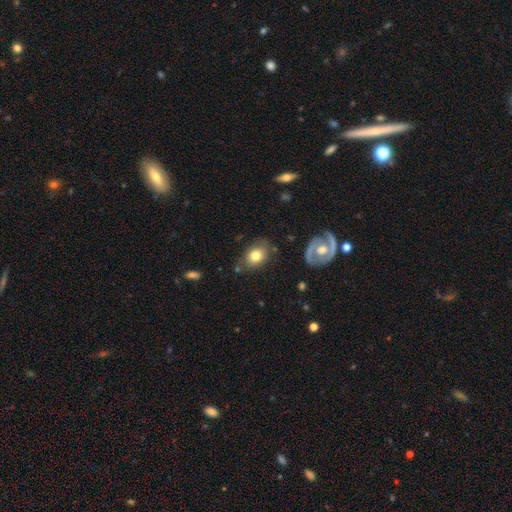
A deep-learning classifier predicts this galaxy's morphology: The model was most divided on "how rounded": in between: 69%, round: 29%, cigar-shaped: 1%. More confident: smooth or featured — smooth (77%); merging — none (73%).